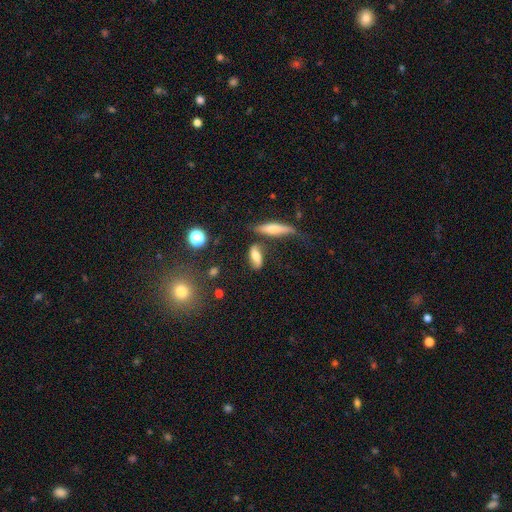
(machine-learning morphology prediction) Smooth or featured? Predicted: smooth (p=0.64). How rounded? Predicted: in between (p=0.70). Merging? Predicted: none (p=0.63).